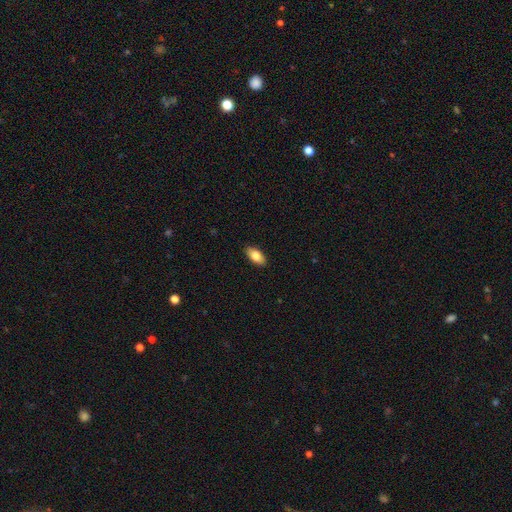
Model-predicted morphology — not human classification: Smooth or featured? smooth (82%)
How rounded? in between (91%)
Merging? none (89%)